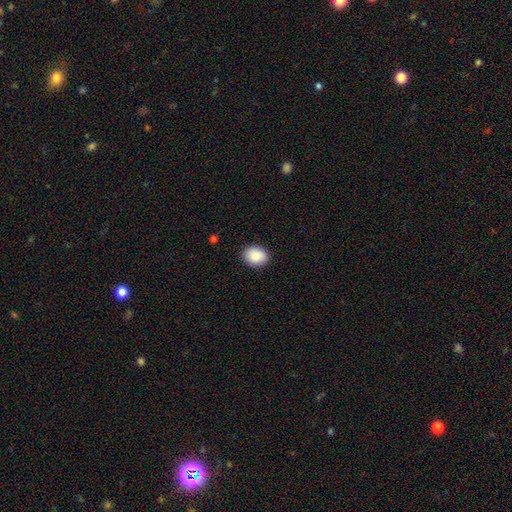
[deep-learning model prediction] This is clearly a smooth galaxy (89%). How rounded: likely in between (62%). Merging: clearly none (89%).